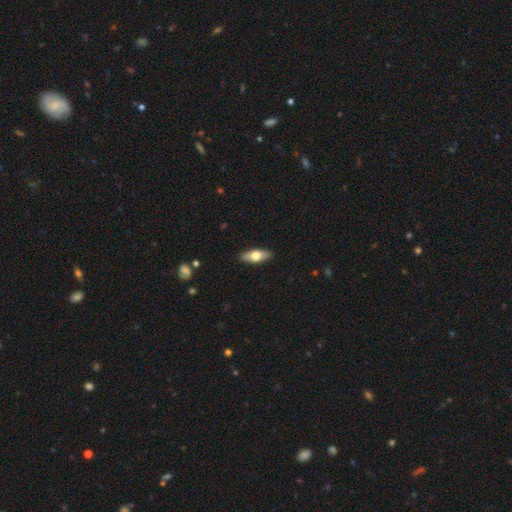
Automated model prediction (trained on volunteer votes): Q: Smooth or featured?
A: smooth (58%); runner-up: featured or disk (36%)
Q: How rounded?
A: in between (71%); runner-up: cigar-shaped (26%)
Q: Merging?
A: none (90%); runner-up: minor disturbance (8%)